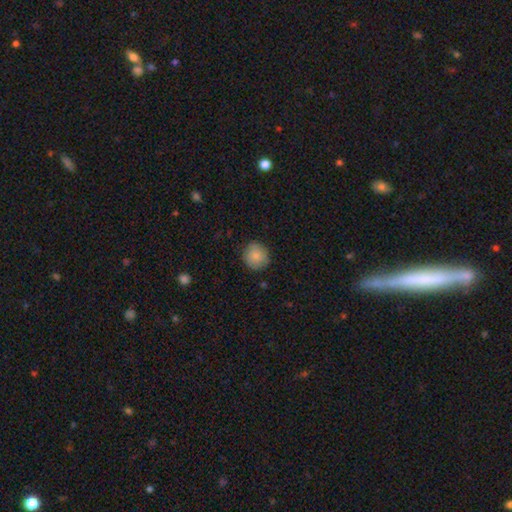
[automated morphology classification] Smooth or featured? Predicted: smooth (p=0.85). How rounded? Predicted: round (p=0.91). Merging? Predicted: none (p=0.86).